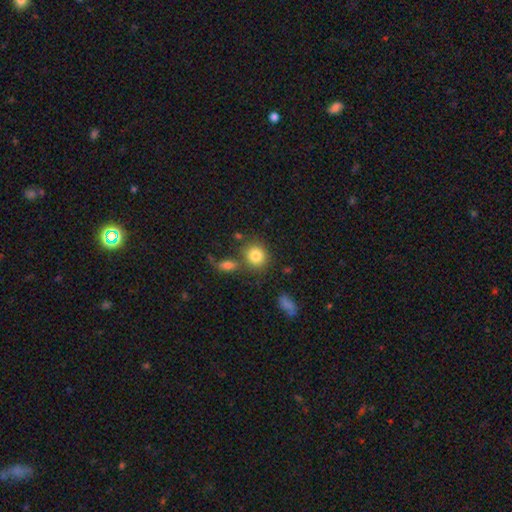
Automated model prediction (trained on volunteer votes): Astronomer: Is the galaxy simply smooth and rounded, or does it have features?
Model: smooth — 83%.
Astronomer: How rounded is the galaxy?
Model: round — 81%.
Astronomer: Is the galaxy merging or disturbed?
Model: none — 73%.